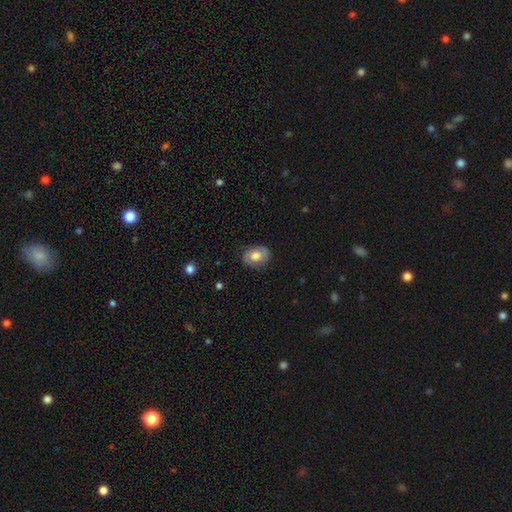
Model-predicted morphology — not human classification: Smooth or featured? Predicted: smooth (p=0.61). How rounded? Predicted: in between (p=0.69). Merging? Predicted: none (p=0.81).